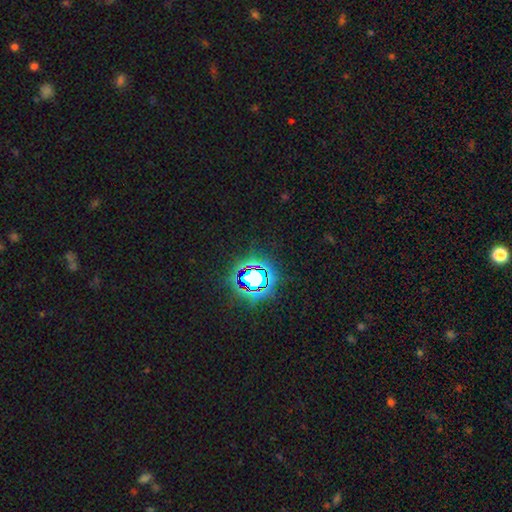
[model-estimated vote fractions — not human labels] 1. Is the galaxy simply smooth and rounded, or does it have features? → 81% star or artifact, 13% smooth, 7% featured or disk.